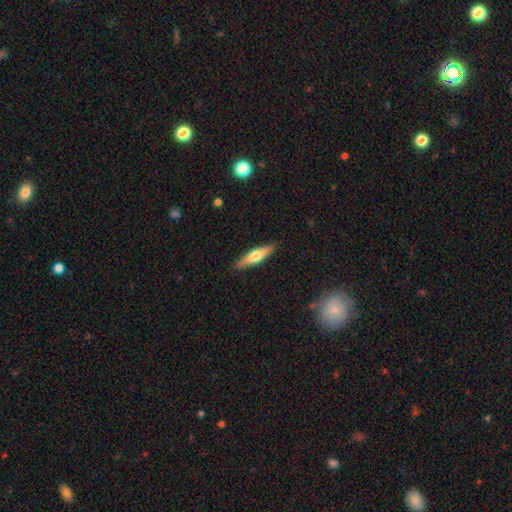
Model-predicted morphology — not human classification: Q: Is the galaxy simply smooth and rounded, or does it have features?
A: smooth — 54%.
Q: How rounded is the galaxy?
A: cigar-shaped — 70%.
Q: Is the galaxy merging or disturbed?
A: none — 89%.